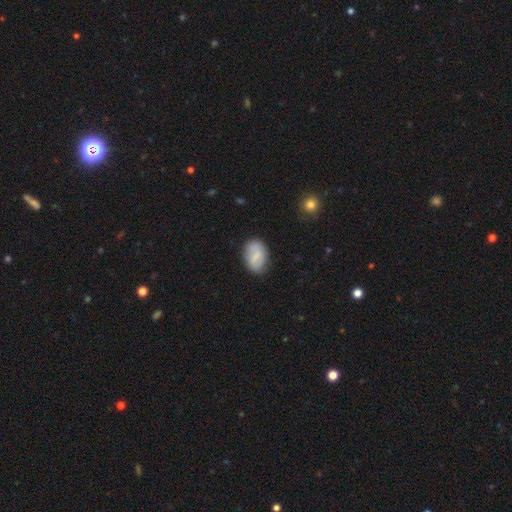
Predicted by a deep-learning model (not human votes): A smooth galaxy with no disk features (71%) that is in between round and cigar-shaped (86%).

Vote fractions:
- Smooth or featured? smooth: 71% / featured or disk: 21% / star or artifact: 7%
- How rounded? in between: 86% / round: 13% / cigar-shaped: 1%
- Merging? none: 81% / minor disturbance: 15% / major disturbance: 3% / merger: 1%